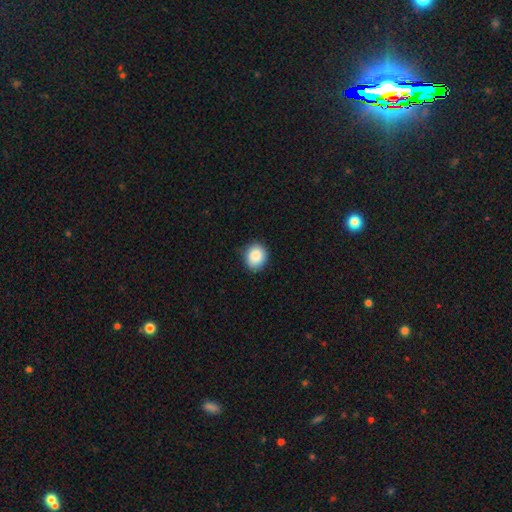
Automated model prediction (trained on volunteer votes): Overall: smooth (88%). How rounded: round (70%). Merging: none (83%).